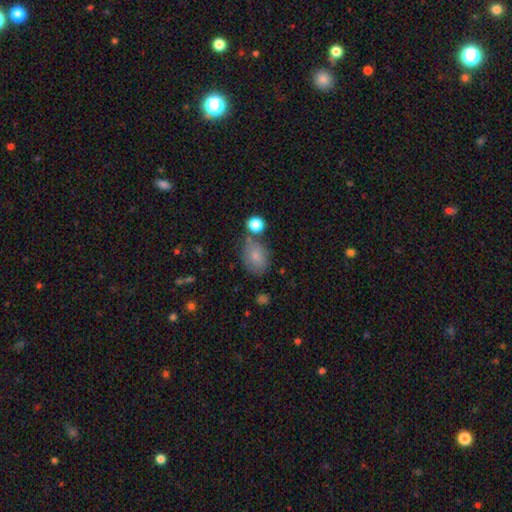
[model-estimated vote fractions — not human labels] This is likely a smooth galaxy (76%). How rounded: likely in between (63%). Merging: possibly none (58%).